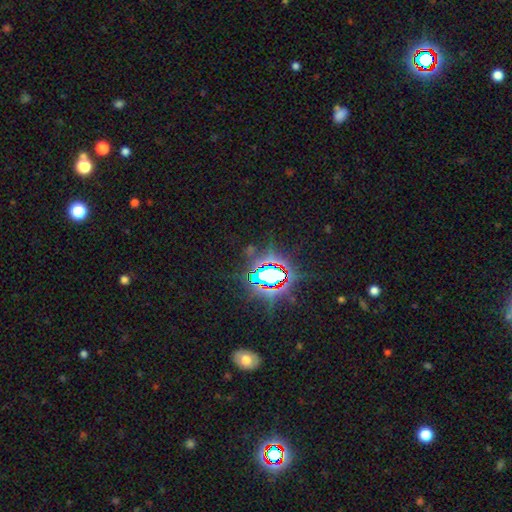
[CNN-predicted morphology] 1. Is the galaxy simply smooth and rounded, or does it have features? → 81% star or artifact, 11% smooth, 8% featured or disk.